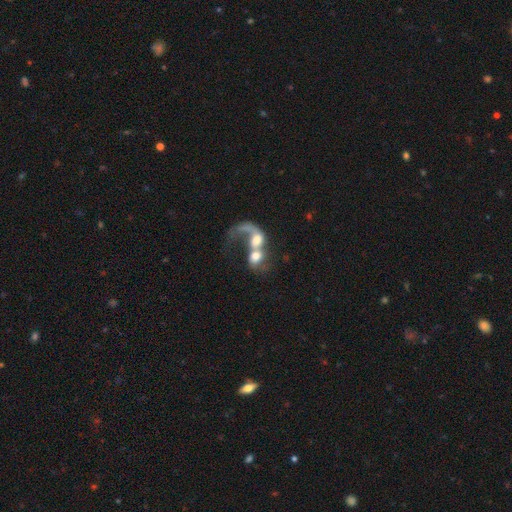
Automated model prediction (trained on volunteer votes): The model was most divided on "smooth or featured": featured or disk: 50%, smooth: 42%, star or artifact: 8%. More confident: merging — merger (80%).